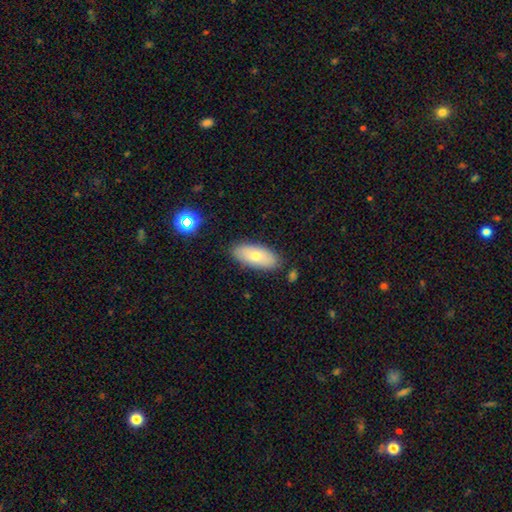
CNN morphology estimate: Q: Smooth or featured?
A: smooth (71%); runner-up: featured or disk (22%)
Q: How rounded?
A: in between (88%); runner-up: cigar-shaped (9%)
Q: Merging?
A: none (84%); runner-up: minor disturbance (11%)